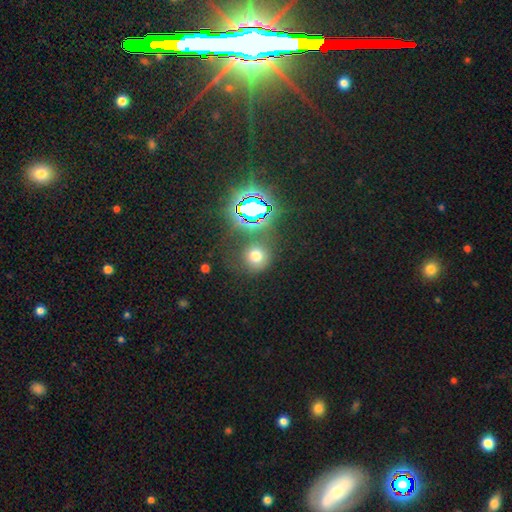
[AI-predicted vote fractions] Smooth or featured? Predicted: smooth (p=0.64). How rounded? Predicted: round (p=0.89). Merging? Predicted: none (p=0.77).